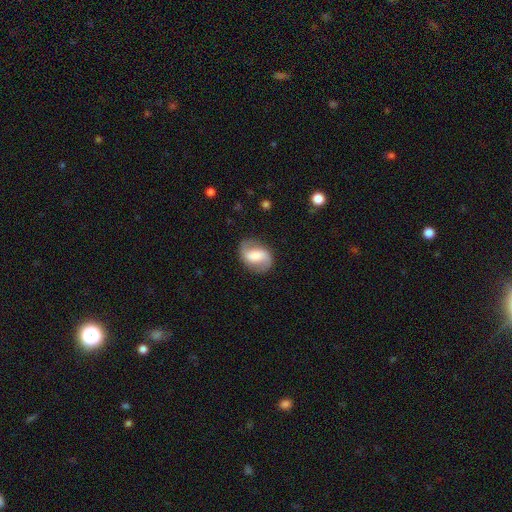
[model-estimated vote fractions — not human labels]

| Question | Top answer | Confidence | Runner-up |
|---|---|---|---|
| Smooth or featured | featured or disk | 63% | smooth (29%) |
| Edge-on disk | no | 97% | yes (3%) |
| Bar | weak | 39% | strong (32%) |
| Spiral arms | yes | 88% | no (12%) |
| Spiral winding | loose | 48% | medium (38%) |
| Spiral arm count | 2 | 90% | can't tell (4%) |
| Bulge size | large | 36% | moderate (24%) |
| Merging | none | 78% | minor disturbance (15%) |